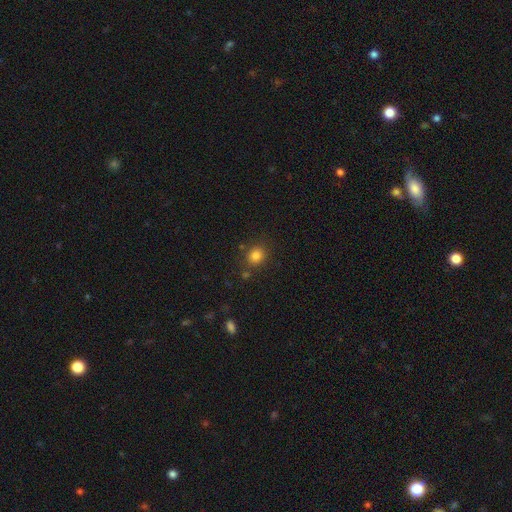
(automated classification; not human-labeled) smooth_or_featured: smooth (p=0.82) [alt: star or artifact p=0.13]
how_rounded: round (p=0.76) [alt: in between p=0.23]
merging: none (p=0.80) [alt: minor disturbance p=0.10]